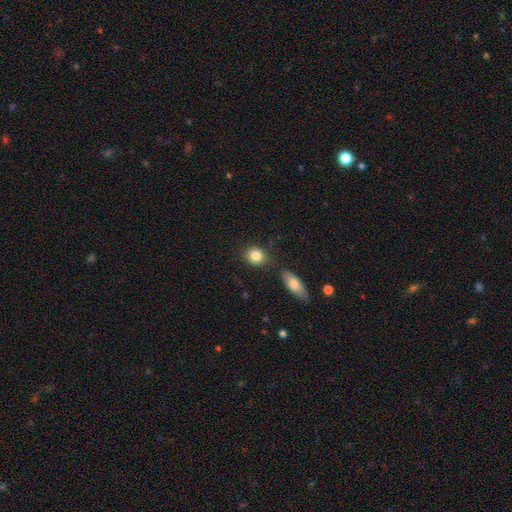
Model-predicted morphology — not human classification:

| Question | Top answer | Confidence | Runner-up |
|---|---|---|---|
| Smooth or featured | smooth | 84% | featured or disk (8%) |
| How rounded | round | 60% | in between (38%) |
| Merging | none | 75% | minor disturbance (11%) |